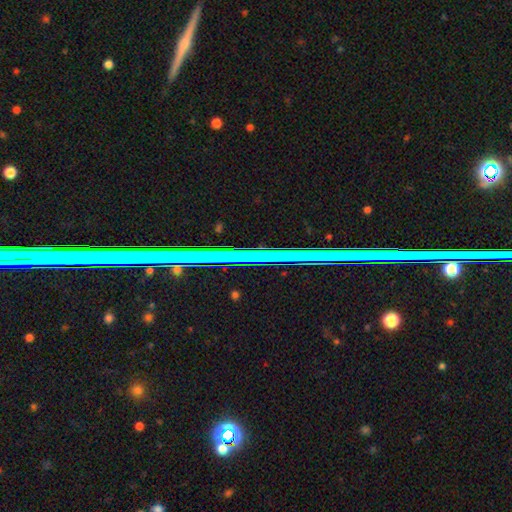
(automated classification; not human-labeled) This appears to be a star or artifact, not a galaxy (69%).